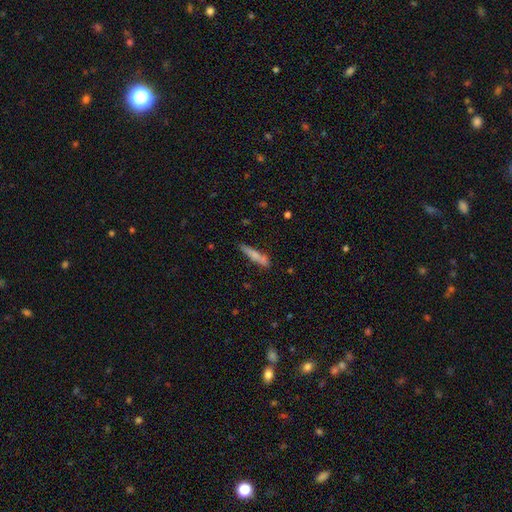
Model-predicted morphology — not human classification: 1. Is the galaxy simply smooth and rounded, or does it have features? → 67% smooth, 26% featured or disk, 6% star or artifact.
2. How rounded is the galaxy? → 89% cigar-shaped, 9% in between, 2% round.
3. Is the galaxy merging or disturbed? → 70% none, 18% minor disturbance, 8% merger, 4% major disturbance.